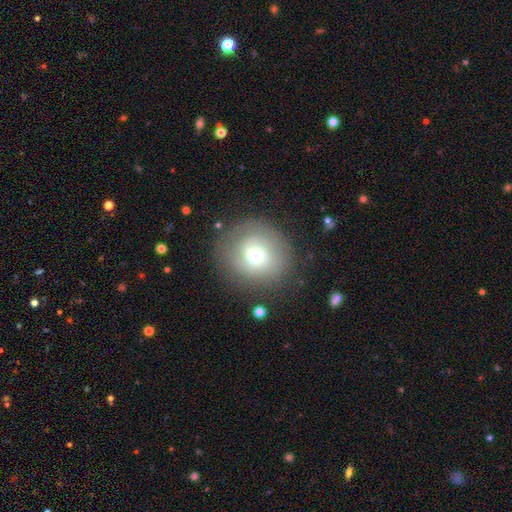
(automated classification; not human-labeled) Smooth or featured? Predicted: smooth (p=0.53). How rounded? Predicted: round (p=0.84). Merging? Predicted: none (p=0.79).